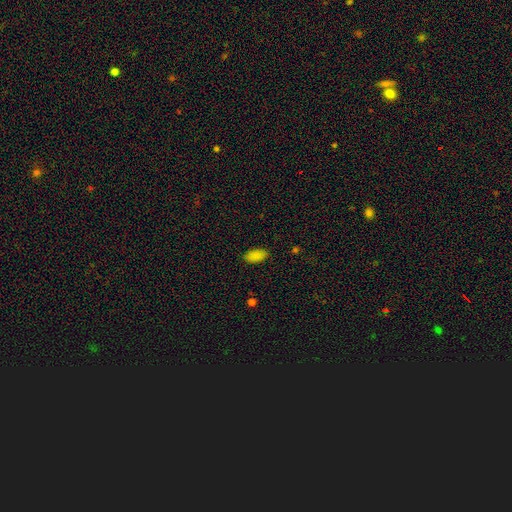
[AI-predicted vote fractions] Smooth or featured: smooth — 86% (star or artifact — 10%)
How rounded: in between — 94% (cigar-shaped — 3%)
Merging: none — 86% (minor disturbance — 10%)